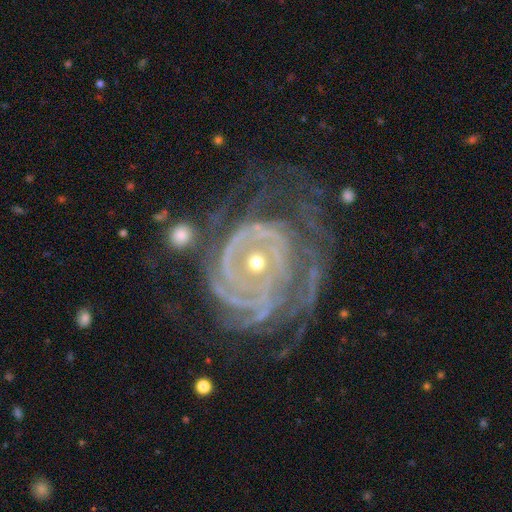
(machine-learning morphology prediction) smooth-or-featured: featured or disk: 89% | star or artifact: 7% | smooth: 4%
  disk-edge-on: no: 97% | yes: 3%
    bar: no: 66% | weak: 21% | strong: 12%
    has-spiral-arms: yes: 96% | no: 4%
      spiral-winding: tight: 78% | medium: 18% | loose: 4%
      spiral-arm-count: can't tell: 30% | 3: 19% | 4: 17% | 2: 15% | more than 4: 12% | 1: 7%
    bulge-size: small: 64% | moderate: 32% | large: 2% | none: 1% | dominant: 1%
  merging: none: 47% | major disturbance: 24% | minor disturbance: 23% | merger: 6%